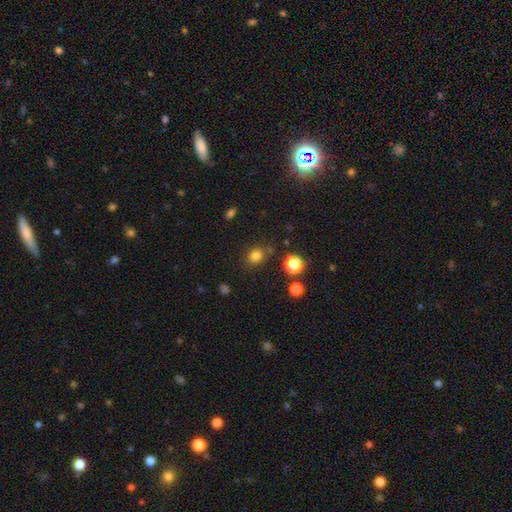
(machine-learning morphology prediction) A smooth galaxy with no disk features (80%) that is round (61%).

Vote fractions:
- Smooth or featured? smooth: 80% / star or artifact: 15% / featured or disk: 5%
- How rounded? round: 61% / in between: 38% / cigar-shaped: 1%
- Merging? none: 80% / minor disturbance: 12% / merger: 5% / major disturbance: 4%